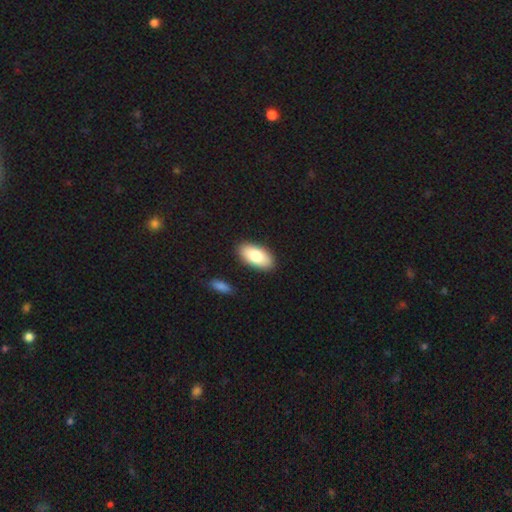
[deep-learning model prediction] This appears to be a smooth galaxy with no disk features (79%) that is in between round and cigar-shaped (93%). Merging: none (87%).